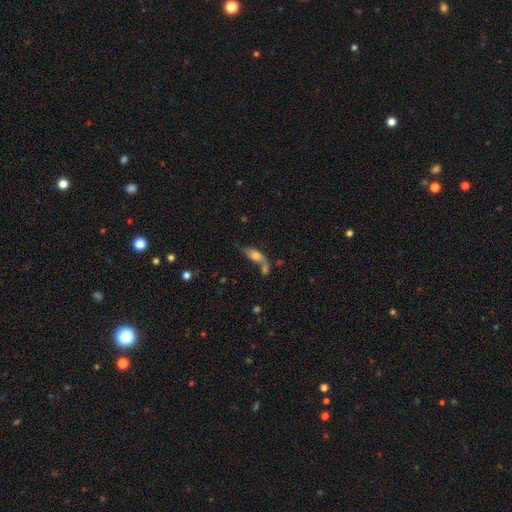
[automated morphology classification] Smooth or featured: smooth — 63% (featured or disk — 28%)
How rounded: in between — 73% (cigar-shaped — 22%)
Merging: merger — 39% (none — 30%)